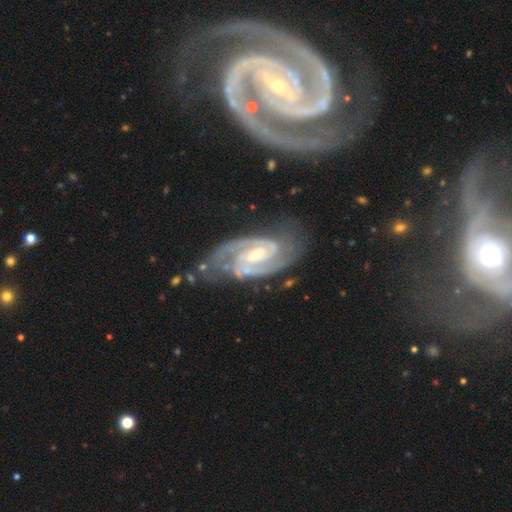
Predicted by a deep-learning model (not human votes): featured or disk 93%, star or artifact 4%, smooth 3%. Down the decision tree: edge-on disk — no (97%); bar — weak (50%); spiral arms — yes (99%); spiral arm count — 2 (89%); spiral winding — tight (49%); bulge size — small (50%); merging — none (69%).